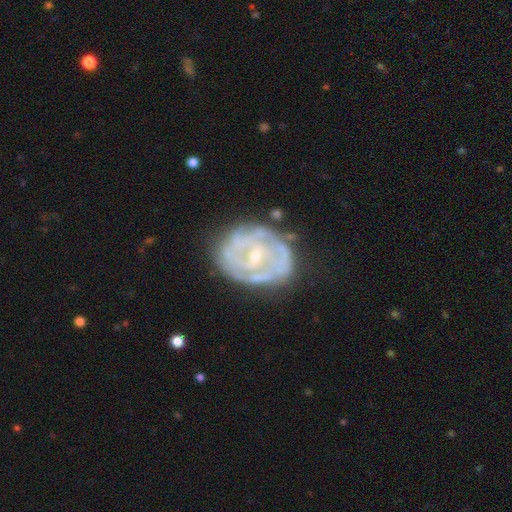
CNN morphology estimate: This appears to be a featured or disk galaxy (79%) with no bar (56%), tight (62%) spiral arms (72%) and a small central bulge (67%). Merging: none (66%).